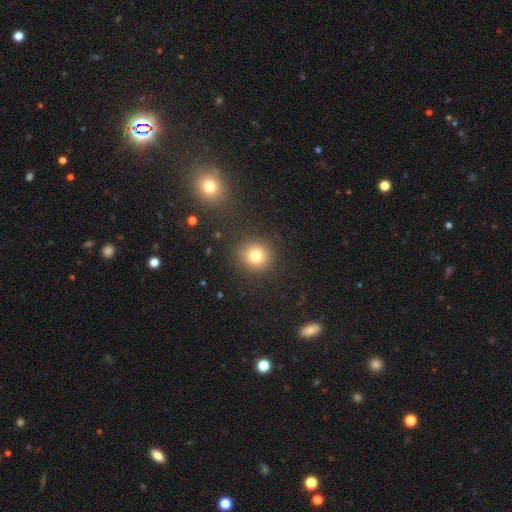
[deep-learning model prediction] Morphology: type=smooth (79%); roundness=round (92%); merging=none (89%).